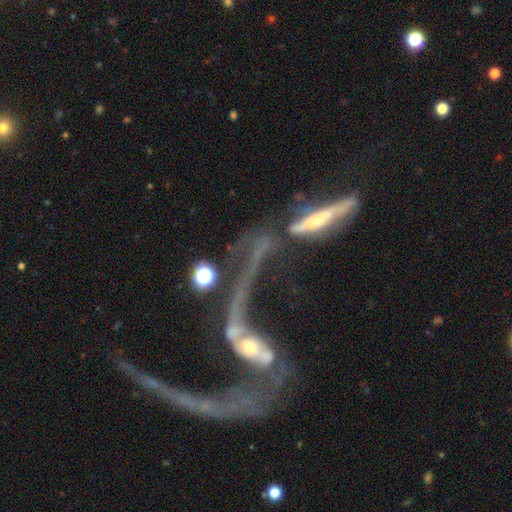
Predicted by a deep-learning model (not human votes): This appears to be a featured or disk galaxy (74%). Merging: merger (44%).